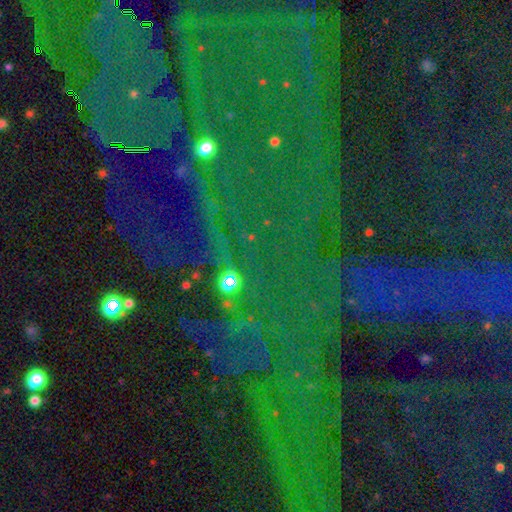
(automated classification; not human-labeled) smooth-or-featured: star or artifact: 84% | smooth: 9% | featured or disk: 8%